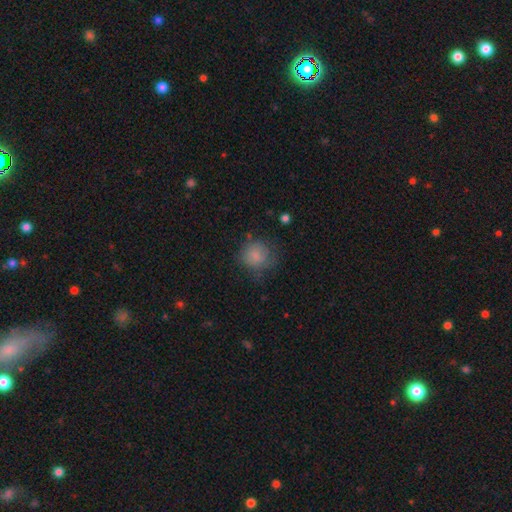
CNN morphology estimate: Smooth or featured? Predicted: smooth (p=0.79). How rounded? Predicted: round (p=0.83). Merging? Predicted: none (p=0.62).